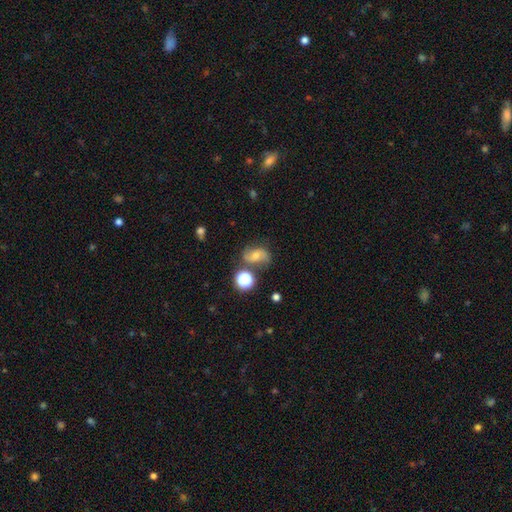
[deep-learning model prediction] Smooth or featured: featured or disk — 61% (smooth — 21%)
Edge-on disk: no — 97% (yes — 3%)
Bar: no — 54% (weak — 36%)
Spiral arms: yes — 90% (no — 10%)
Spiral winding: medium — 46% (loose — 36%)
Spiral arm count: 2 — 87% (can't tell — 6%)
Bulge size: moderate — 50% (small — 37%)
Merging: none — 69% (minor disturbance — 16%)